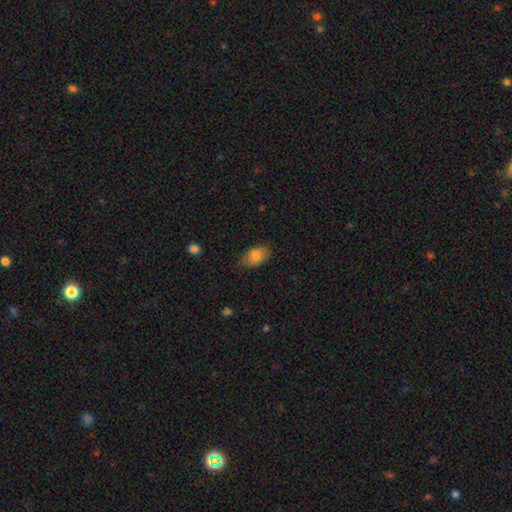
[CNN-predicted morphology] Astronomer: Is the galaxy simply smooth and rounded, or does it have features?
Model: smooth — 83%.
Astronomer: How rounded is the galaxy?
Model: in between — 92%.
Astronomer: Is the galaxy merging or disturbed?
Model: none — 78%.